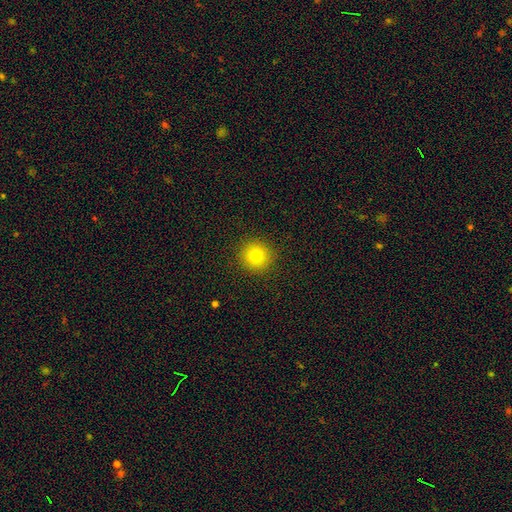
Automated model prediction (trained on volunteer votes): Smooth or featured? Predicted: smooth (p=0.79). How rounded? Predicted: round (p=0.95). Merging? Predicted: none (p=0.92).